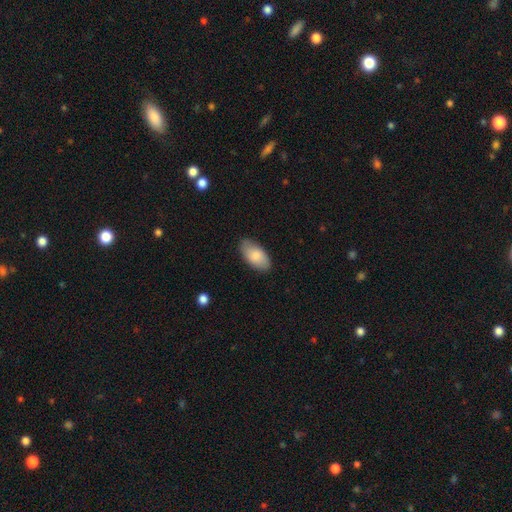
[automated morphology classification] Smooth or featured?
  - smooth: 82% *
  - featured or disk: 12%
  - star or artifact: 6%
How rounded?
  - in between: 95% *
  - round: 3%
  - cigar-shaped: 2%
Merging?
  - none: 83% *
  - minor disturbance: 14%
  - major disturbance: 3%
  - merger: 1%